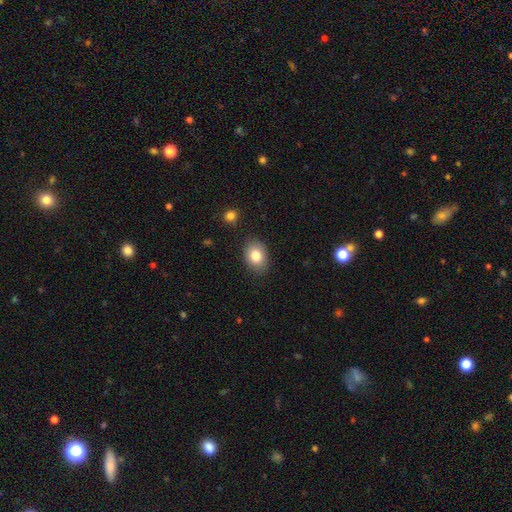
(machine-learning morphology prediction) smooth 82%, featured or disk 10%, star or artifact 8%. Down the decision tree: how rounded — in between (71%); merging — none (85%).